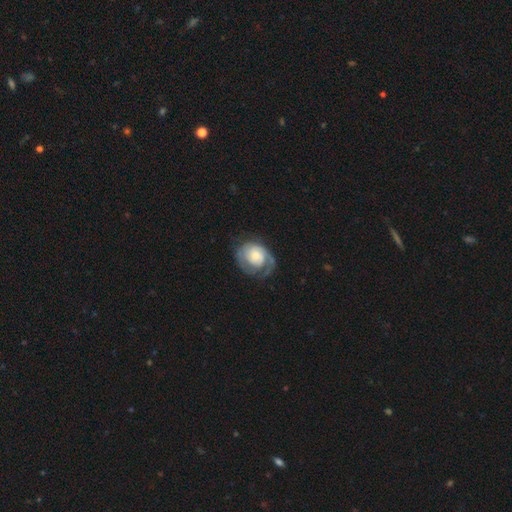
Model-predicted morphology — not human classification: Q: Smooth or featured?
A: featured or disk (69%); runner-up: smooth (25%)
Q: Edge-on disk?
A: no (98%); runner-up: yes (2%)
Q: Bar?
A: no (76%); runner-up: weak (21%)
Q: Spiral arms?
A: yes (87%); runner-up: no (13%)
Q: Spiral winding?
A: tight (52%); runner-up: medium (32%)
Q: Spiral arm count?
A: 2 (39%); runner-up: 1 (34%)
Q: Bulge size?
A: small (42%); runner-up: moderate (34%)
Q: Merging?
A: none (56%); runner-up: minor disturbance (22%)